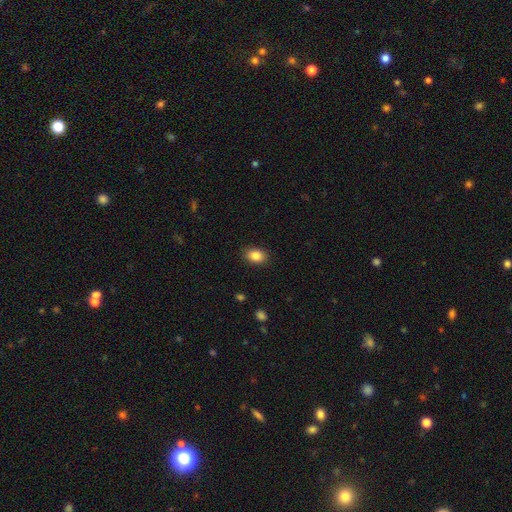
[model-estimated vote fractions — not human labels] Smooth or featured?
  - smooth: 86% *
  - star or artifact: 8%
  - featured or disk: 5%
How rounded?
  - in between: 75% *
  - round: 24%
  - cigar-shaped: 1%
Merging?
  - none: 88% *
  - minor disturbance: 8%
  - major disturbance: 2%
  - merger: 1%